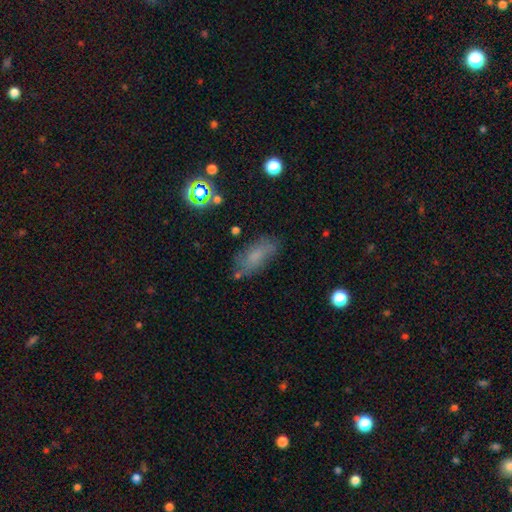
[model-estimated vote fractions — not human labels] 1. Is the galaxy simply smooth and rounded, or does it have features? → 59% smooth, 28% featured or disk, 13% star or artifact.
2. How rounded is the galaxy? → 84% in between, 12% cigar-shaped, 4% round.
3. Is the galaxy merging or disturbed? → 68% none, 21% minor disturbance, 7% major disturbance, 3% merger.